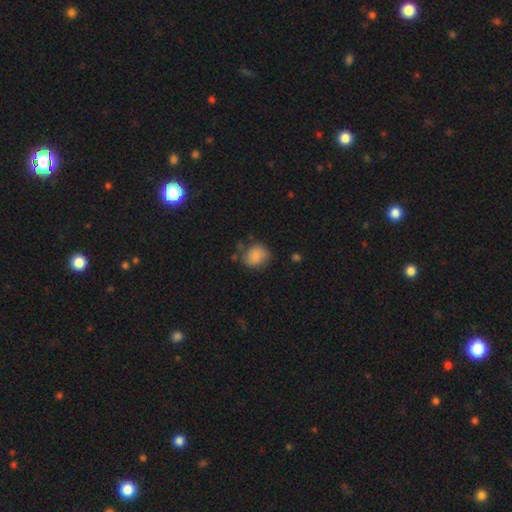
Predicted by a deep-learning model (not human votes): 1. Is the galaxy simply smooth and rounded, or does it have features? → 77% smooth, 14% featured or disk, 9% star or artifact.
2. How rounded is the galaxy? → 65% round, 34% in between, 1% cigar-shaped.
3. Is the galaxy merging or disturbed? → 59% none, 26% minor disturbance, 10% major disturbance, 5% merger.